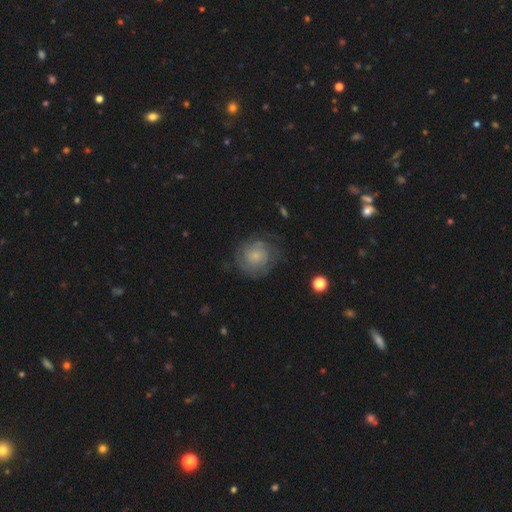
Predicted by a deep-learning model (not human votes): A featured or disk galaxy (53%) with no bar (80%), spiral arms (82%) and a small central bulge (69%). Merging: none (69%).